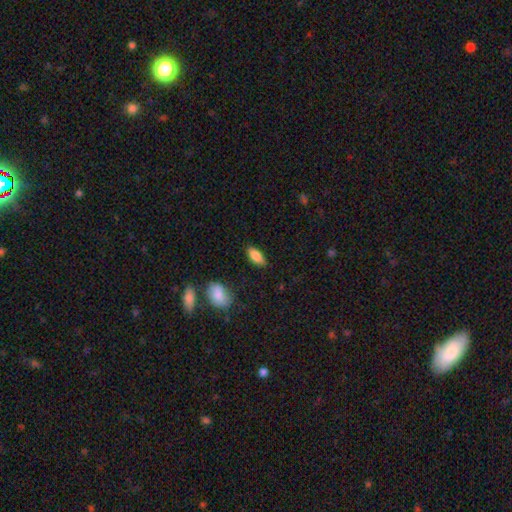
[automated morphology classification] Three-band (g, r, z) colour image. It shows a smooth galaxy with no disk features (83%) that is in between round and cigar-shaped (85%). Merging: none (84%).